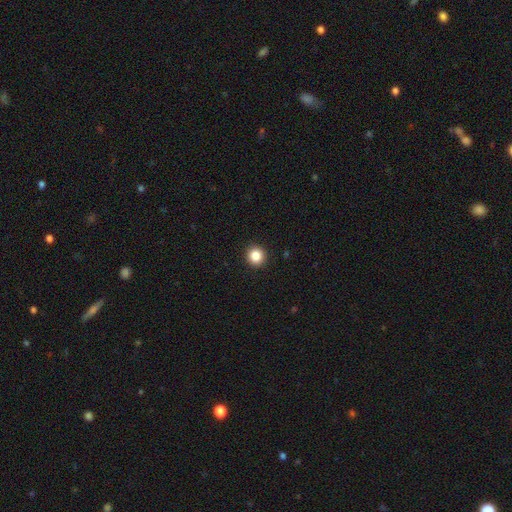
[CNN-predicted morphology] This is clearly a smooth galaxy (86%). How rounded: clearly round (92%). Merging: clearly none (93%).